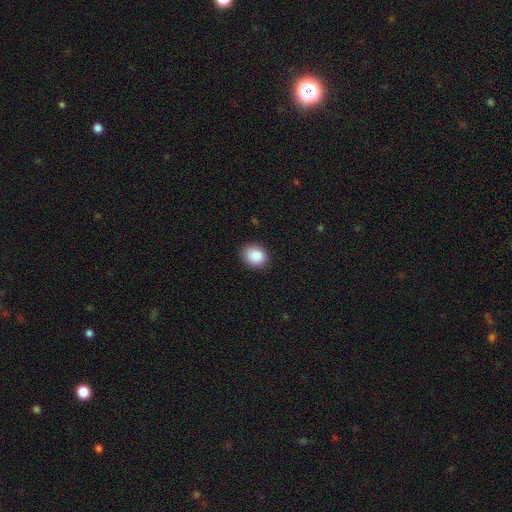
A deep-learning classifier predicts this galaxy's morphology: A smooth galaxy with no disk features (89%) that is in between round and cigar-shaped (50%).

Vote fractions:
- Smooth or featured? smooth: 89% / star or artifact: 8% / featured or disk: 3%
- How rounded? in between: 50% / round: 49% / cigar-shaped: 1%
- Merging? none: 87% / minor disturbance: 10% / major disturbance: 2% / merger: 1%